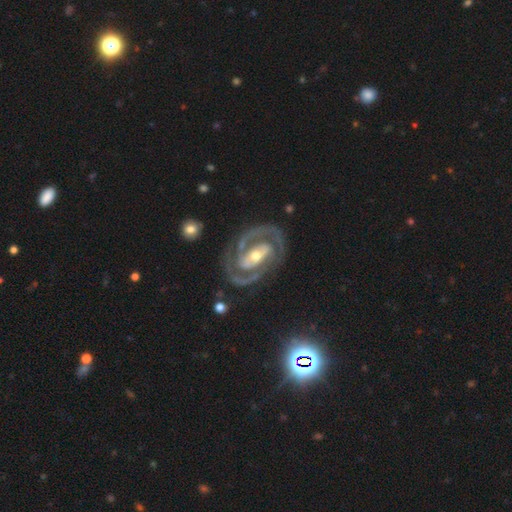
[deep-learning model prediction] Morphology: type=featured or disk (90%); edge-on=no (97%); bar=strong (46%); spiral arms=yes (94%); winding=tight (55%); arm count=2 (88%); bulge=moderate (55%); merging=none (79%).